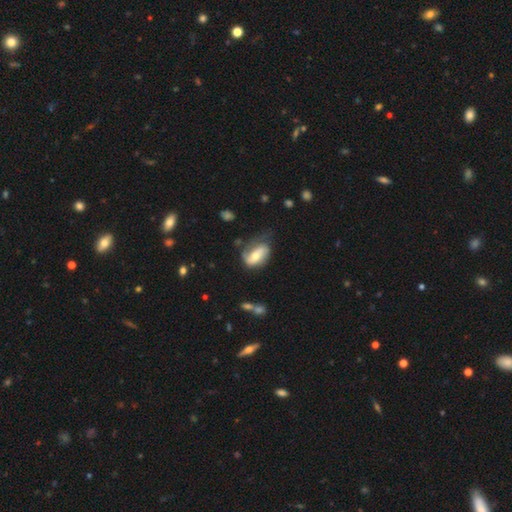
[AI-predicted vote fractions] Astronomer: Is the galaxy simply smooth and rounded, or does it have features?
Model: featured or disk — 63%.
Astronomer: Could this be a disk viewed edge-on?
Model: no — 95%.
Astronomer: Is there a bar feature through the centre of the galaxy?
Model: no — 39% (runner-up: weak, 36%).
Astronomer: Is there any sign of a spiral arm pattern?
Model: yes — 85%.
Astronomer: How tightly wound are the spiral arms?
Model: loose — 39% (runner-up: medium, 38%).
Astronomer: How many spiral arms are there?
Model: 2 — 65%.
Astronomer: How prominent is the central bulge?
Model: moderate — 57%.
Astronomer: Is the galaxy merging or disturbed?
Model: none — 44% (runner-up: minor disturbance, 30%).